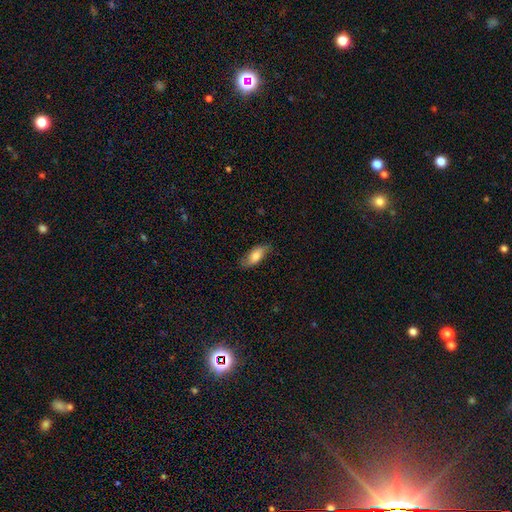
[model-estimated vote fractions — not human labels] smooth_or_featured: smooth (p=0.74) [alt: featured or disk p=0.20]
how_rounded: in between (p=0.83) [alt: cigar-shaped p=0.14]
merging: none (p=0.74) [alt: minor disturbance p=0.20]